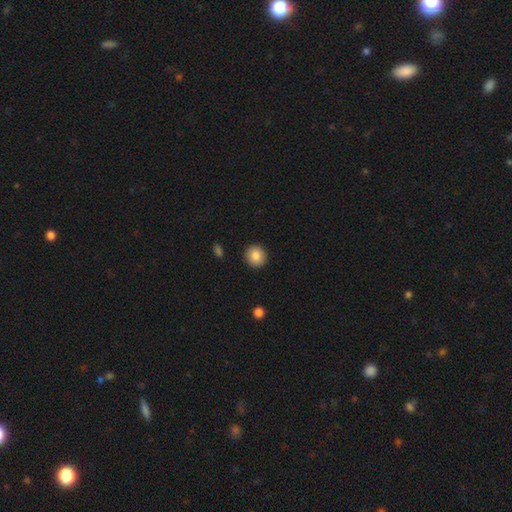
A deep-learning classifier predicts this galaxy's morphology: Overall: smooth (86%). How rounded: round (91%). Merging: none (92%).